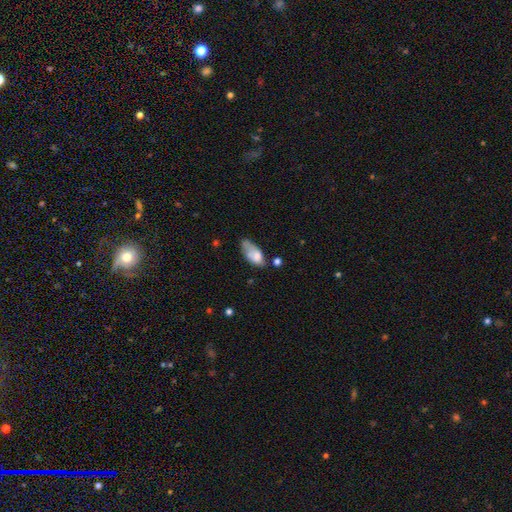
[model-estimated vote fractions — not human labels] smooth 67%, featured or disk 24%, star or artifact 8%. Down the decision tree: how rounded — in between (86%); merging — none (31%, tied with minor disturbance).